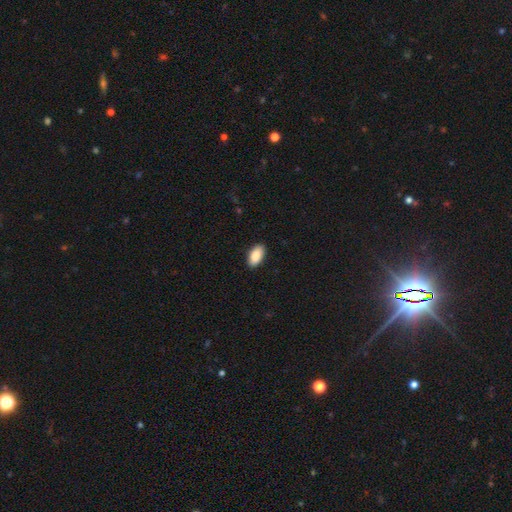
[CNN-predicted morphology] Q: Smooth or featured?
A: smooth (89%); runner-up: star or artifact (6%)
Q: How rounded?
A: in between (94%); runner-up: cigar-shaped (3%)
Q: Merging?
A: none (89%); runner-up: minor disturbance (8%)